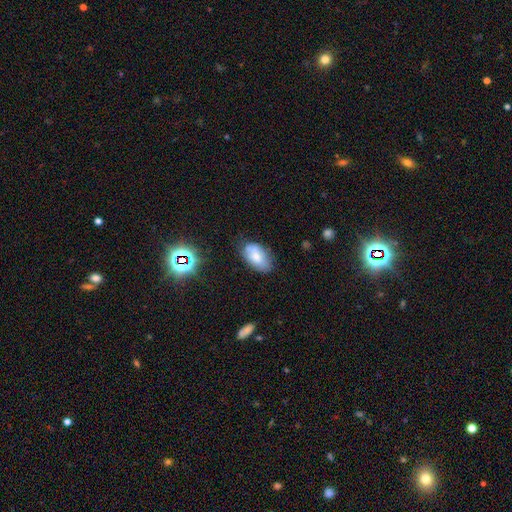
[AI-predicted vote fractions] Morphology: type=smooth (69%); roundness=in between (93%); merging=none (65%).